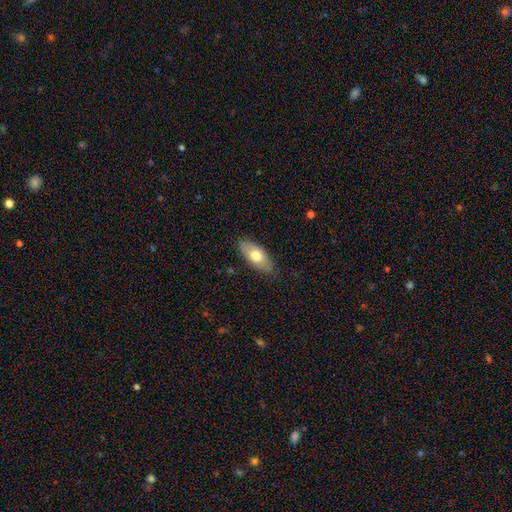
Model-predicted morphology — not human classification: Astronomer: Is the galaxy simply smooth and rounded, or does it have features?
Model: smooth — 67%.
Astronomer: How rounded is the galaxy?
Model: in between — 88%.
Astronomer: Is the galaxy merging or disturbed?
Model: none — 84%.